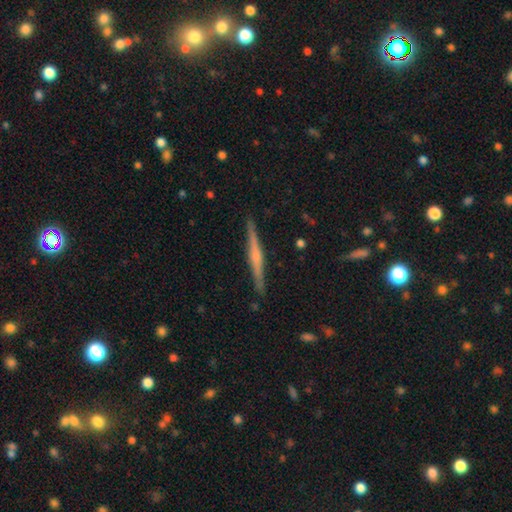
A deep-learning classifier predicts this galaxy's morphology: This is likely a featured or disk galaxy (73%). It is clearly viewed edge-on (98%). Edge-on bulge: likely rounded (62%). Merging: clearly none (91%).